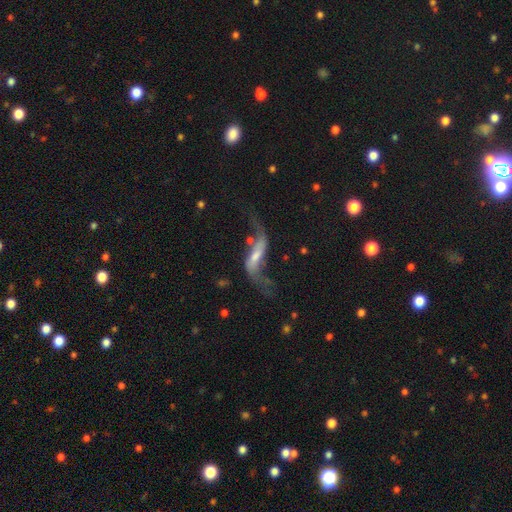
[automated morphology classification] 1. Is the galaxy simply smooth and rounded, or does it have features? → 80% featured or disk, 13% smooth, 7% star or artifact.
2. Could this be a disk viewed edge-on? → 87% no, 13% yes.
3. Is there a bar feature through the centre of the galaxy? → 37% weak (tied), 37% strong (tied), 26% no.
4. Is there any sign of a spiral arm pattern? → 89% yes, 11% no.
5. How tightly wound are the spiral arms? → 93% loose, 5% medium, 2% tight.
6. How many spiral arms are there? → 91% 2, 4% 1, 2% can't tell, 1% 3, 1% 4, 1% more than 4.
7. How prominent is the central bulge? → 37% small, 35% moderate, 18% none, 8% large, 2% dominant.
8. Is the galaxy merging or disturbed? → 46% none, 26% major disturbance, 18% minor disturbance, 11% merger.